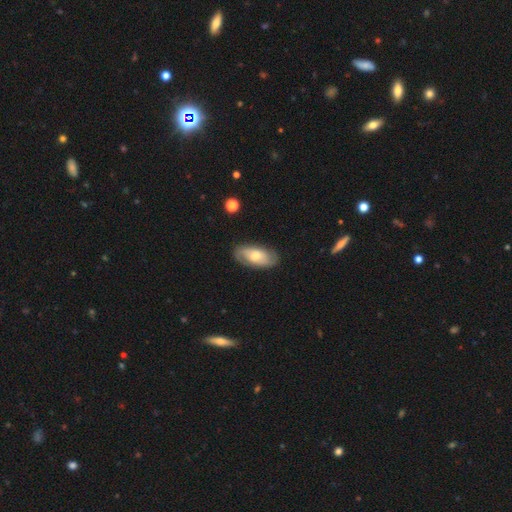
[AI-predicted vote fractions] This appears to be a smooth galaxy with no disk features (47%). Merging: none (81%).